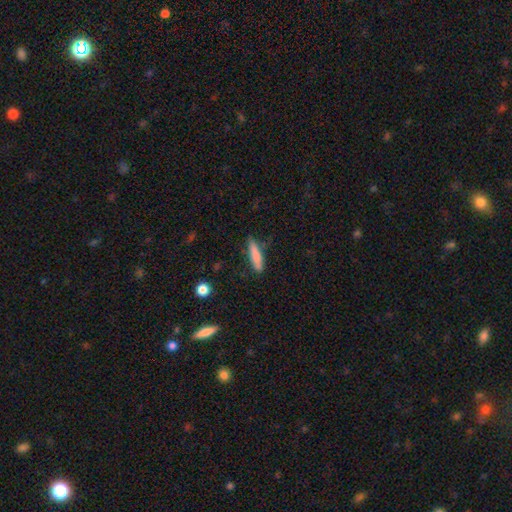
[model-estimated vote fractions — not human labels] Smooth or featured?
  - smooth: 79% *
  - featured or disk: 14%
  - star or artifact: 6%
How rounded?
  - cigar-shaped: 83% *
  - in between: 16%
  - round: 2%
Merging?
  - none: 76% *
  - minor disturbance: 18%
  - major disturbance: 3%
  - merger: 2%